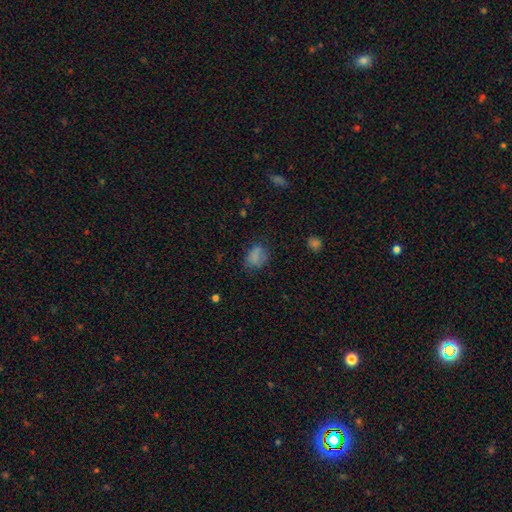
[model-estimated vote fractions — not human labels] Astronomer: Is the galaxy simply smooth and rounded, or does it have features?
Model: smooth — 76%.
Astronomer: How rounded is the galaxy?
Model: in between — 65%.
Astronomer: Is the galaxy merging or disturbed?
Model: none — 59%.